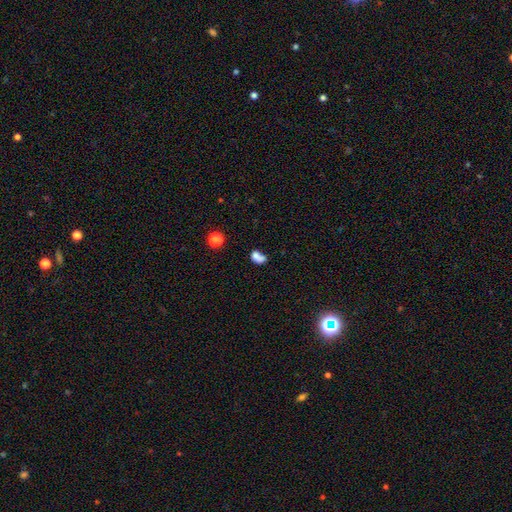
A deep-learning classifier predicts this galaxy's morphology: Overall: smooth (72%). How rounded: in between (67%; round 31%). Merging: merger (40%; none 30%).